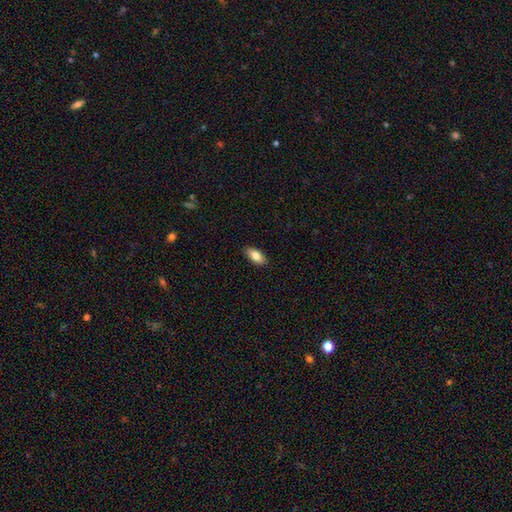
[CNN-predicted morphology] This is clearly a smooth galaxy (82%). How rounded: clearly in between (89%). Merging: clearly none (88%).